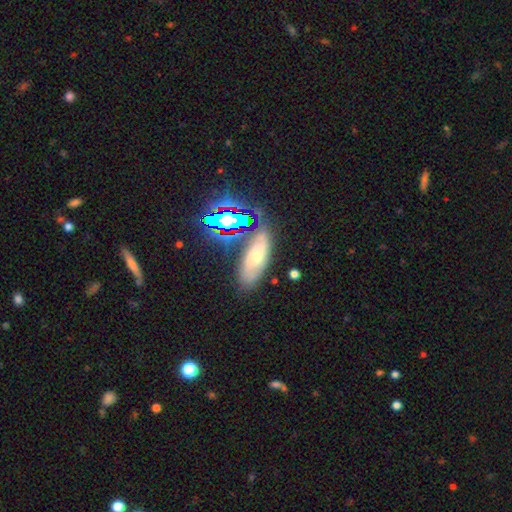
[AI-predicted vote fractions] Smooth or featured?
  - featured or disk: 38% *
  - smooth: 33%
  - star or artifact: 28%
Merging?
  - none: 66% *
  - minor disturbance: 19%
  - merger: 8%
  - major disturbance: 8%